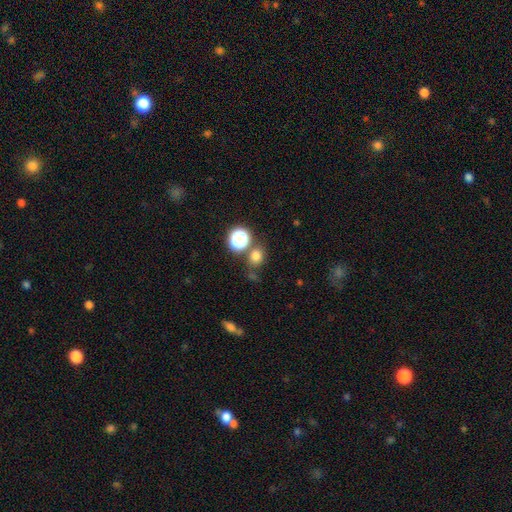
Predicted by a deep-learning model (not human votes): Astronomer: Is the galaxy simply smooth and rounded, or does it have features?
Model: smooth — 75%.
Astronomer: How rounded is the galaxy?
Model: round — 72%.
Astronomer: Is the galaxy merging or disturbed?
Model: none — 68%.